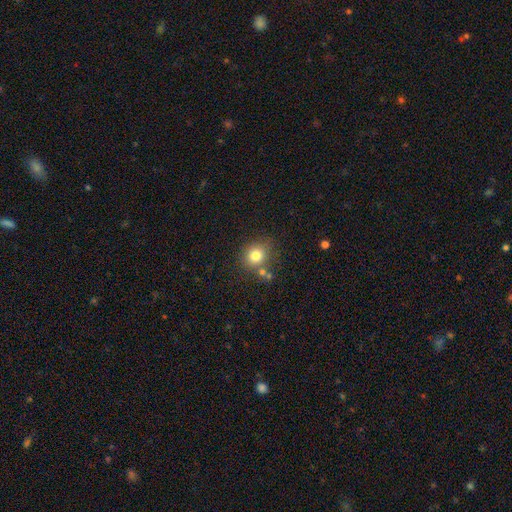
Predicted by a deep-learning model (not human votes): Q: Smooth or featured?
A: smooth (79%); runner-up: star or artifact (12%)
Q: How rounded?
A: round (80%); runner-up: in between (19%)
Q: Merging?
A: none (69%); runner-up: minor disturbance (14%)